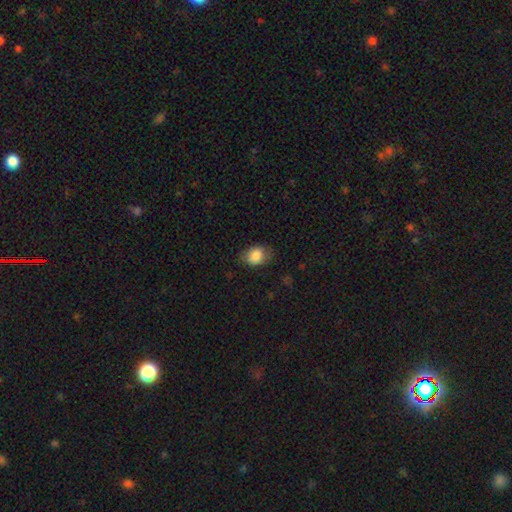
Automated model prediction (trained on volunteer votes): Smooth or featured? Predicted: smooth (p=0.85). How rounded? Predicted: in between (p=0.65). Merging? Predicted: none (p=0.75).